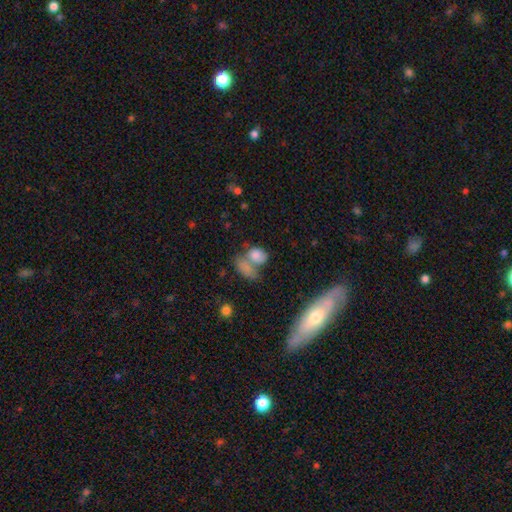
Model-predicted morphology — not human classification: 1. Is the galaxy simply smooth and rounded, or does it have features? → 79% smooth, 11% featured or disk, 11% star or artifact.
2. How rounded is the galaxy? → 67% in between, 31% round, 3% cigar-shaped.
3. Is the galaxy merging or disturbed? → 51% merger, 30% none, 11% minor disturbance, 8% major disturbance.